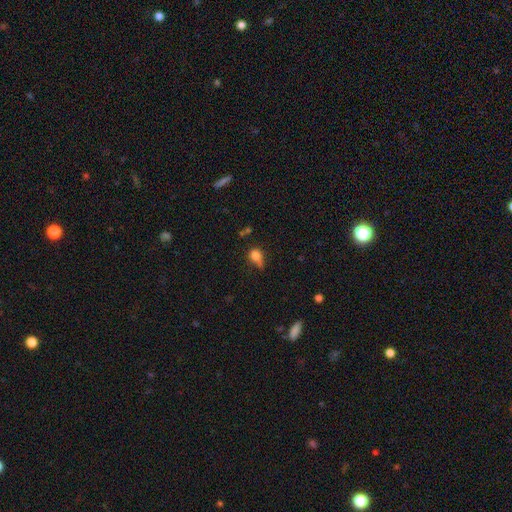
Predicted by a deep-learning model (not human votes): Smooth or featured? Predicted: smooth (p=0.78). How rounded? Predicted: in between (p=0.56). Merging? Predicted: minor disturbance (p=0.39).